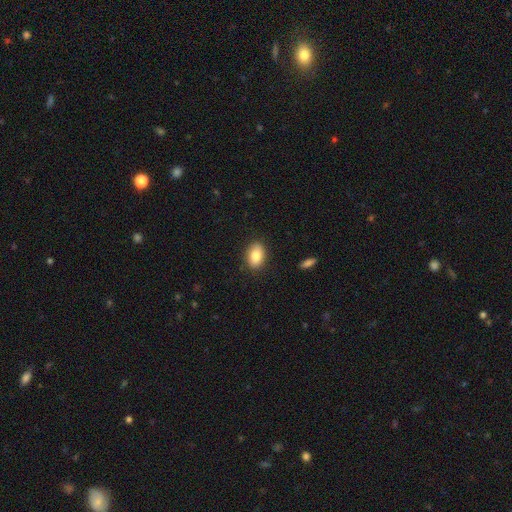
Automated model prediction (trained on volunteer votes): Q: Smooth or featured?
A: smooth (86%); runner-up: star or artifact (7%)
Q: How rounded?
A: in between (88%); runner-up: round (11%)
Q: Merging?
A: none (87%); runner-up: minor disturbance (9%)